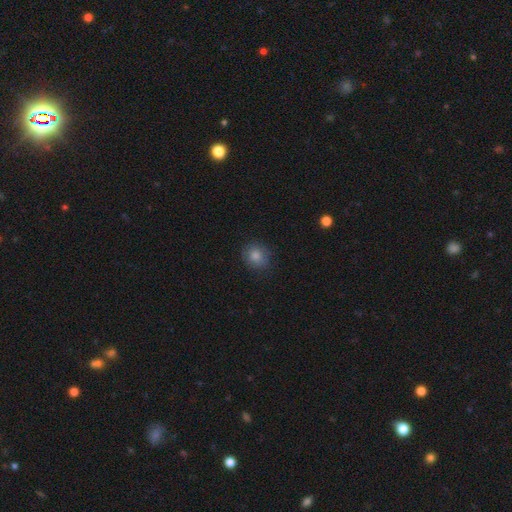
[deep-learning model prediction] Smooth or featured? smooth (80%)
How rounded? round (78%)
Merging? none (85%)